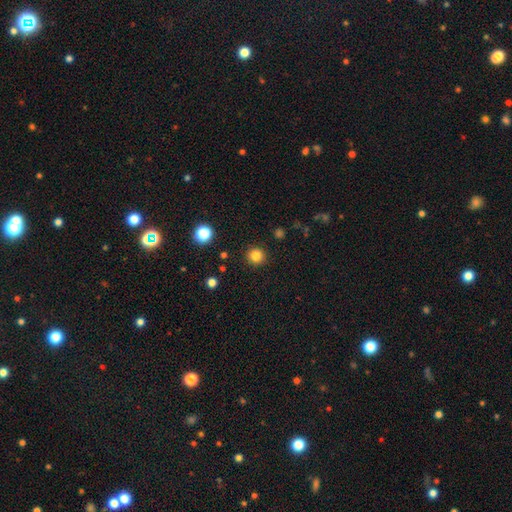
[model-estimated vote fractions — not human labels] A smooth galaxy with no disk features (83%) that is round (94%).

Vote fractions:
- Smooth or featured? smooth: 83% / star or artifact: 13% / featured or disk: 4%
- How rounded? round: 94% / in between: 5% / cigar-shaped: 1%
- Merging? none: 92% / minor disturbance: 5% / major disturbance: 2% / merger: 1%